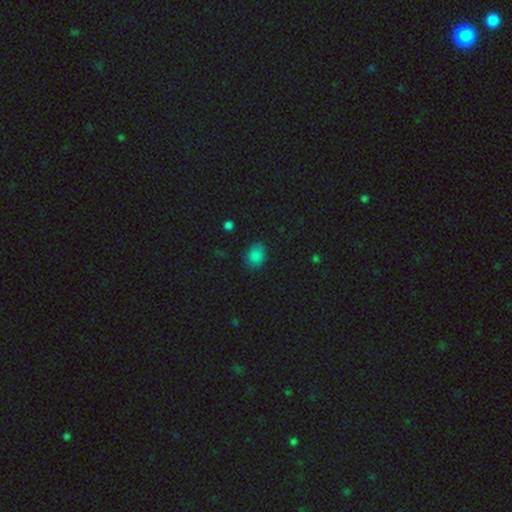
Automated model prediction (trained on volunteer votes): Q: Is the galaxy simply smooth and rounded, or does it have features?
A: smooth — 81%.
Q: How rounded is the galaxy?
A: in between — 62%.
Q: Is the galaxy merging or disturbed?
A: none — 79%.